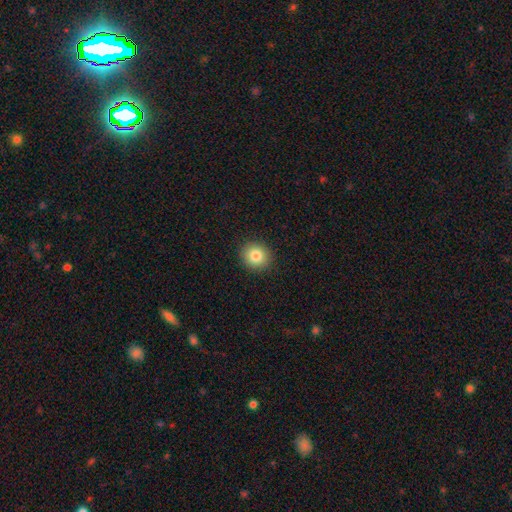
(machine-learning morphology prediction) Smooth or featured? Predicted: smooth (p=0.83). How rounded? Predicted: round (p=0.84). Merging? Predicted: none (p=0.92).